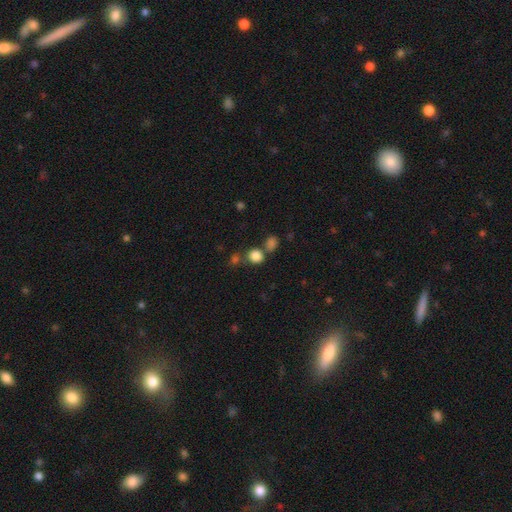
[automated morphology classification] smooth 83%, star or artifact 12%, featured or disk 5%. Down the decision tree: how rounded — round (76%); merging — none (63%).